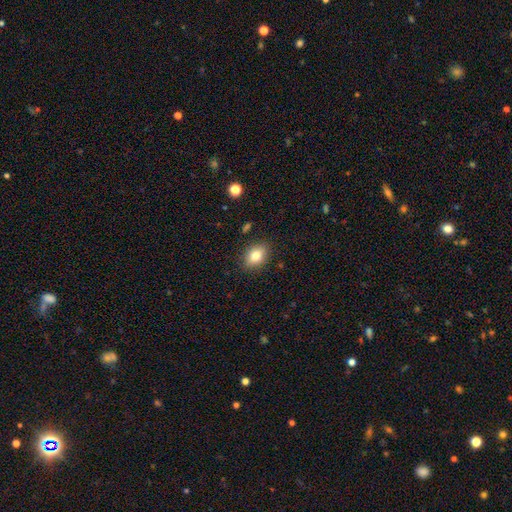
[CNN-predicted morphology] smooth 81%, featured or disk 10%, star or artifact 9%. Down the decision tree: how rounded — in between (72%); merging — none (86%).